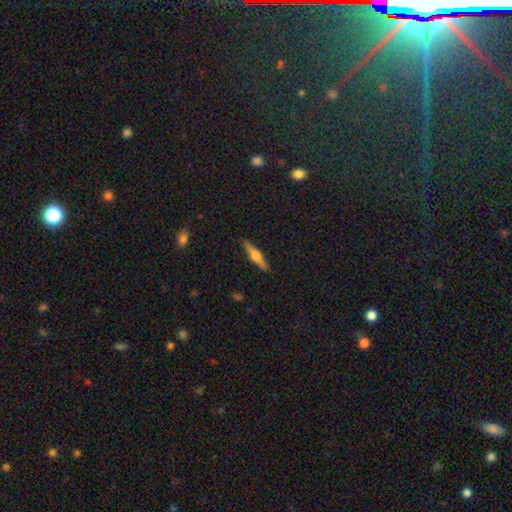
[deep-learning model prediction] This appears to be a featured or disk galaxy (62%) viewed edge-on (97%) with a rounded central bulge (91%). Merging: none (90%).